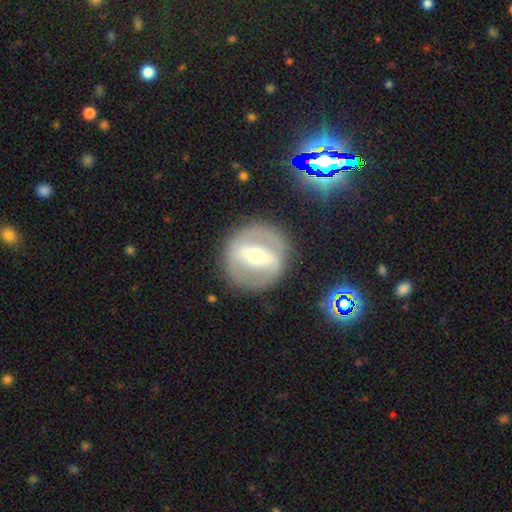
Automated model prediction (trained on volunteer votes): featured or disk 70%, smooth 23%, star or artifact 7%. Down the decision tree: edge-on disk — no (91%); bar — strong (64%); spiral arms — no (61%); bulge size — moderate (65%); merging — none (83%).